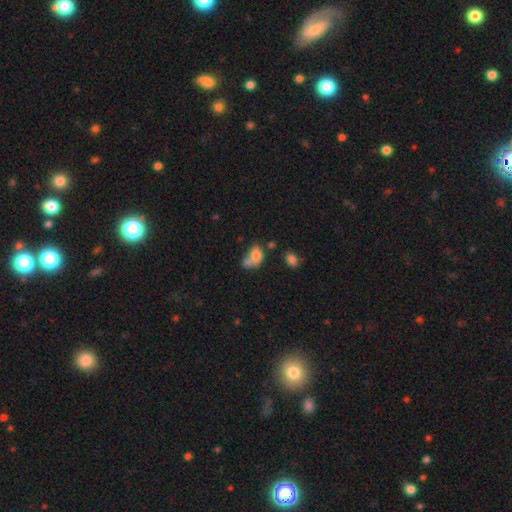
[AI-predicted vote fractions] A smooth galaxy with no disk features (74%) that is in between round and cigar-shaped (73%).

Vote fractions:
- Smooth or featured? smooth: 74% / featured or disk: 16% / star or artifact: 10%
- How rounded? in between: 73% / round: 25% / cigar-shaped: 1%
- Merging? merger: 51% / none: 24% / minor disturbance: 13% / major disturbance: 11%